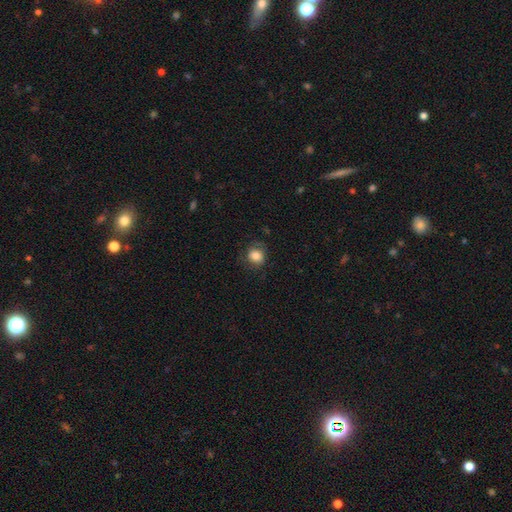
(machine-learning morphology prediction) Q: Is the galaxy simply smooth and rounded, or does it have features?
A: smooth — 80%.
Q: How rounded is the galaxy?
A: round — 76%.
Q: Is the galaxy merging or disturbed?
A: none — 71%.